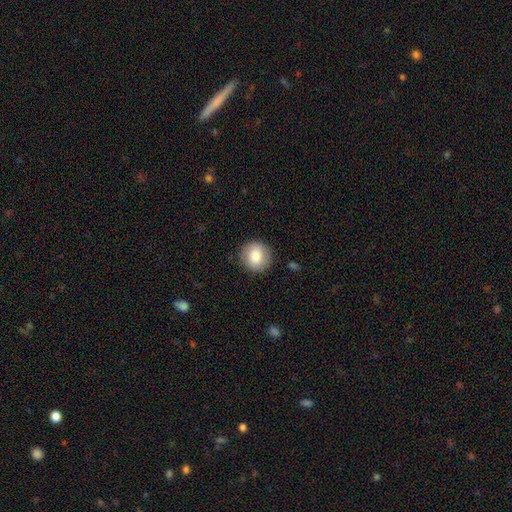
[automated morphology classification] smooth_or_featured: smooth (p=0.83) [alt: featured or disk p=0.09]
how_rounded: round (p=0.91) [alt: in between p=0.08]
merging: none (p=0.87) [alt: minor disturbance p=0.09]